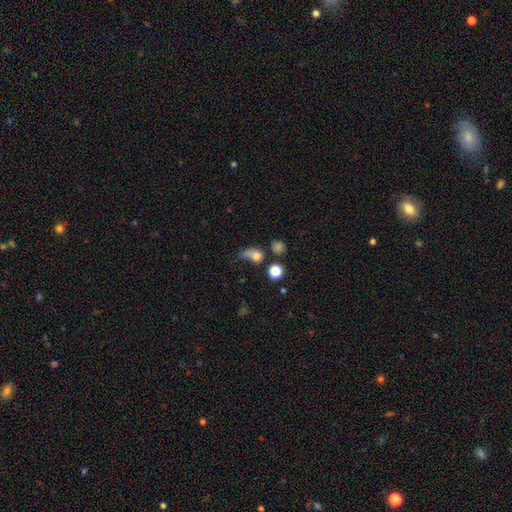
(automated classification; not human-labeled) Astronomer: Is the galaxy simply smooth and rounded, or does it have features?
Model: smooth — 68%.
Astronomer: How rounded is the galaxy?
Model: round — 53% (runner-up: in between, 44%).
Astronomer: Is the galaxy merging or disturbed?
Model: major disturbance — 33% (runner-up: none, 28%).